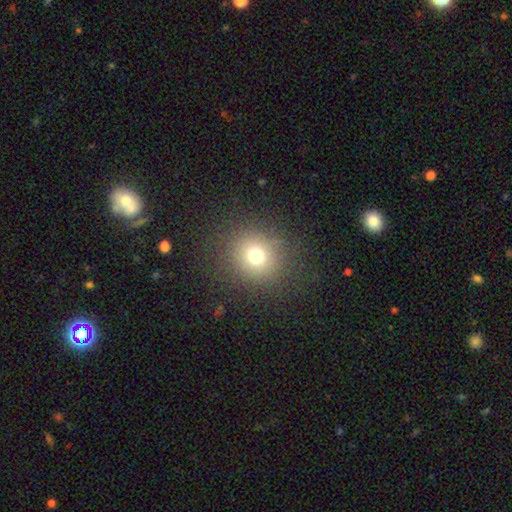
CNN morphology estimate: smooth_or_featured: smooth (p=0.72) [alt: star or artifact p=0.19]
how_rounded: round (p=0.87) [alt: in between p=0.12]
merging: none (p=0.87) [alt: minor disturbance p=0.08]